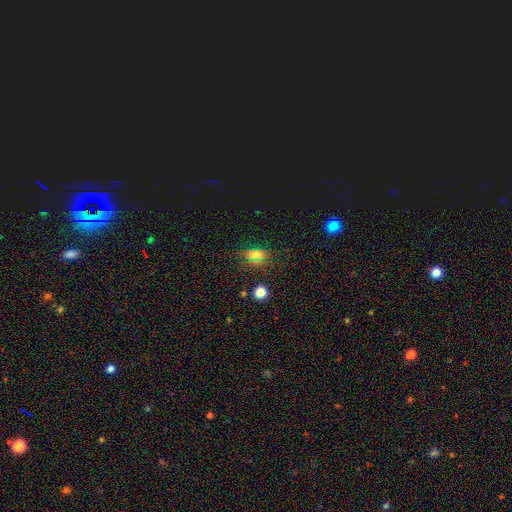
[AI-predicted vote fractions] smooth_or_featured: smooth (p=0.60) [alt: star or artifact p=0.30]
how_rounded: in between (p=0.67) [alt: round p=0.29]
merging: none (p=0.81) [alt: minor disturbance p=0.12]